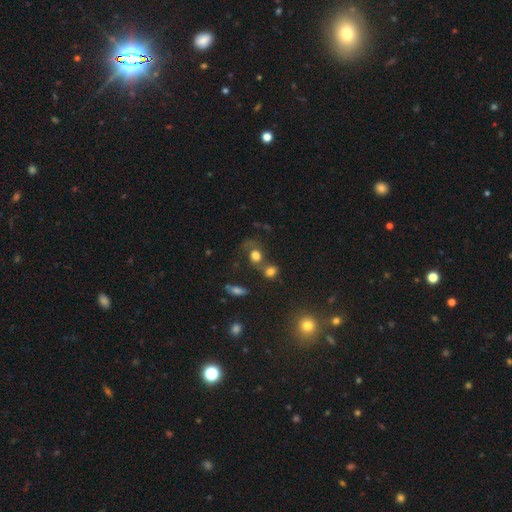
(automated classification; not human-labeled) smooth-or-featured: smooth: 67% | featured or disk: 18% | star or artifact: 15%
  how-rounded: round: 70% | in between: 28% | cigar-shaped: 2%
  merging: none: 37% | merger: 32% | major disturbance: 17% | minor disturbance: 15%